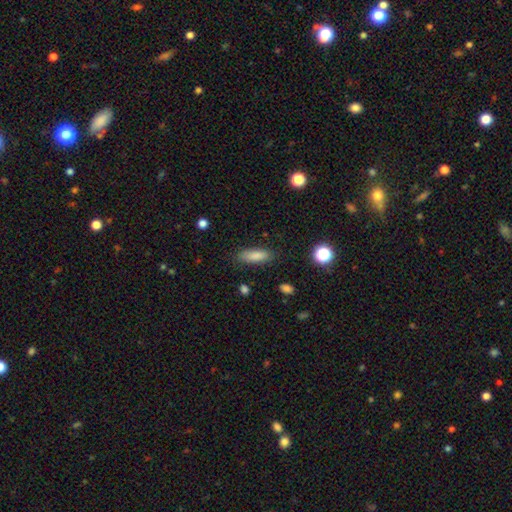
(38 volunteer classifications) Morphology: type=smooth (92%); roundness=in between (66%); merging=none (84%).